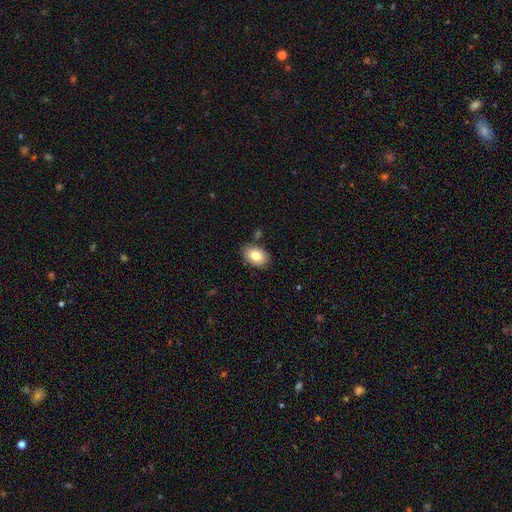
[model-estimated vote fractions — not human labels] This appears to be a smooth galaxy with no disk features (83%) that is in between round and cigar-shaped (86%). Merging: none (84%).